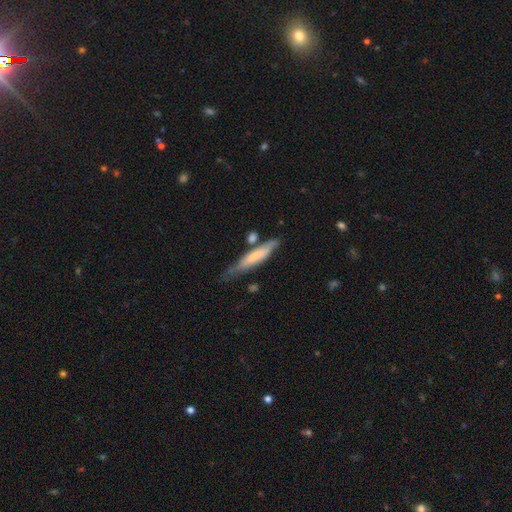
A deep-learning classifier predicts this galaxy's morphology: Smooth or featured: smooth — 59% (featured or disk — 35%)
How rounded: cigar-shaped — 85% (in between — 13%)
Merging: none — 57% (minor disturbance — 25%)